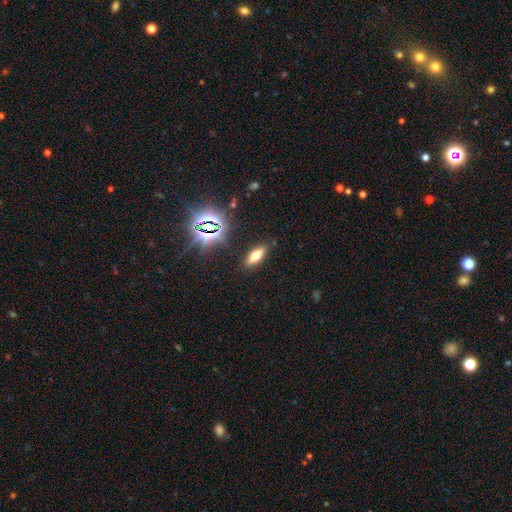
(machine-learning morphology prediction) Smooth or featured?
  - smooth: 58% *
  - featured or disk: 21%
  - star or artifact: 21%
How rounded?
  - in between: 64% *
  - cigar-shaped: 31%
  - round: 5%
Merging?
  - none: 87% *
  - minor disturbance: 8%
  - major disturbance: 2%
  - merger: 2%